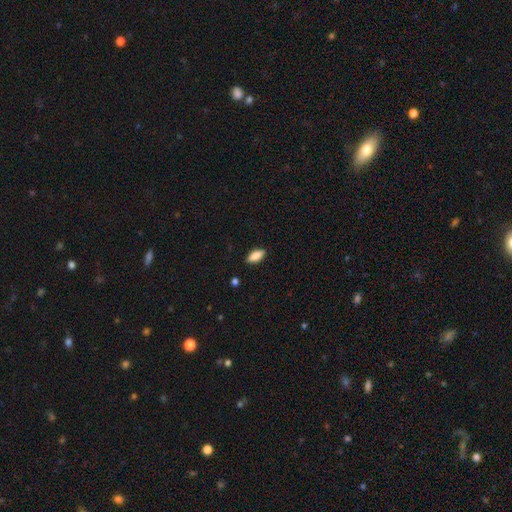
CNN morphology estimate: Smooth or featured?
  - smooth: 84% *
  - featured or disk: 9%
  - star or artifact: 7%
How rounded?
  - in between: 81% *
  - cigar-shaped: 16%
  - round: 2%
Merging?
  - none: 87% *
  - minor disturbance: 10%
  - major disturbance: 2%
  - merger: 1%